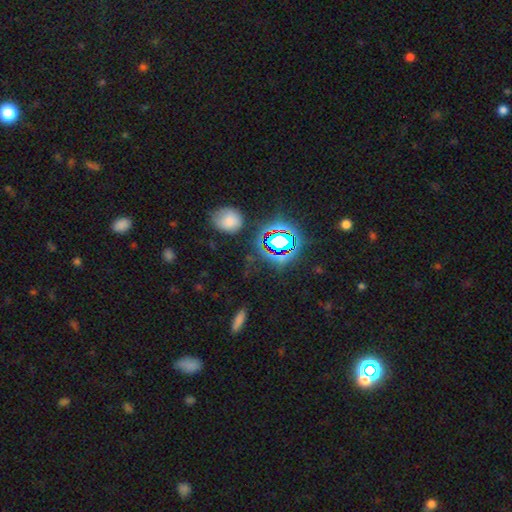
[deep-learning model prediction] This is likely a star or artifact rather than a galaxy (68%).